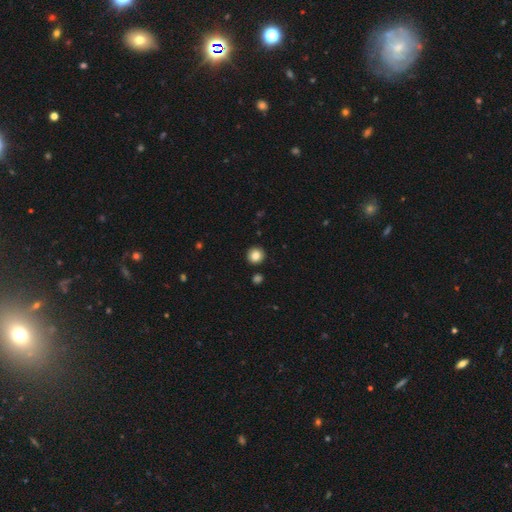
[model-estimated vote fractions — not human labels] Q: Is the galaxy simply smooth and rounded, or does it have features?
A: smooth — 85%.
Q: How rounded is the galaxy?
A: round — 94%.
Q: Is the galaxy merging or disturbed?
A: none — 92%.